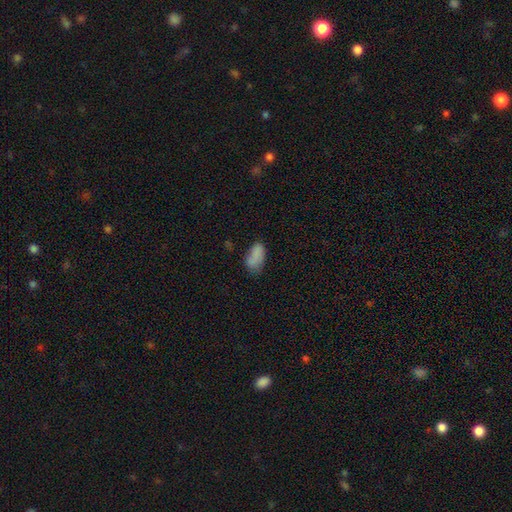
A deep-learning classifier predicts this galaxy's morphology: The model was most divided on "merging": none: 60%, minor disturbance: 27%, major disturbance: 9%, merger: 3%. More confident: how rounded — in between (93%); smooth or featured — smooth (83%).